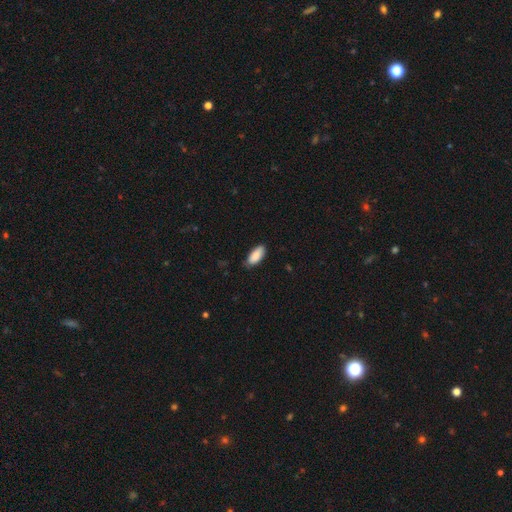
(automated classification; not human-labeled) Smooth or featured?
  - smooth: 88% *
  - star or artifact: 6%
  - featured or disk: 6%
How rounded?
  - in between: 87% *
  - cigar-shaped: 12%
  - round: 2%
Merging?
  - none: 77% *
  - minor disturbance: 19%
  - major disturbance: 3%
  - merger: 1%